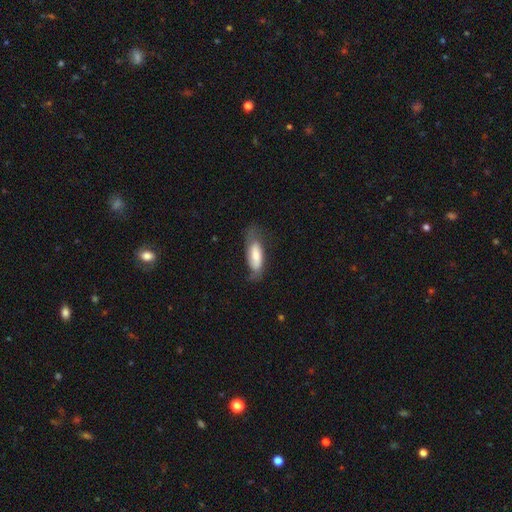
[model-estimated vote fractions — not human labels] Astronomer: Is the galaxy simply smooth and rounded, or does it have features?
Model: smooth — 63%.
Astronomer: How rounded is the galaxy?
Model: in between — 71%.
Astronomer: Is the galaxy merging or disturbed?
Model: none — 53% (runner-up: minor disturbance, 30%).